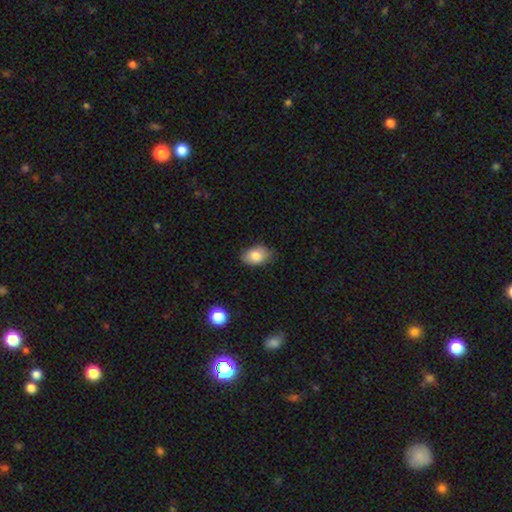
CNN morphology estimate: This is clearly a smooth galaxy (83%). How rounded: clearly in between (86%). Merging: likely none (78%).